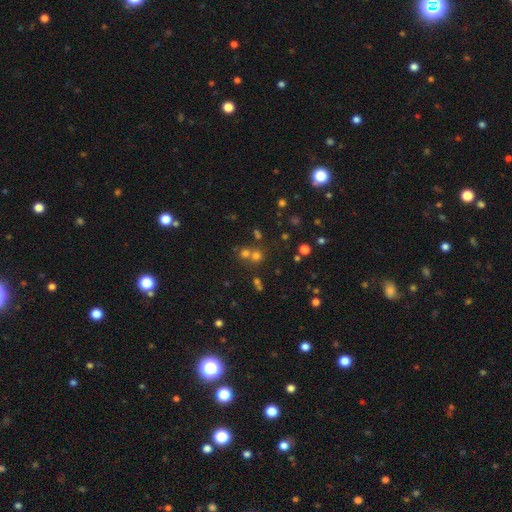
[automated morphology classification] This is possibly a smooth galaxy (59%). How rounded: clearly round (87%). Merging: possibly none (54%).